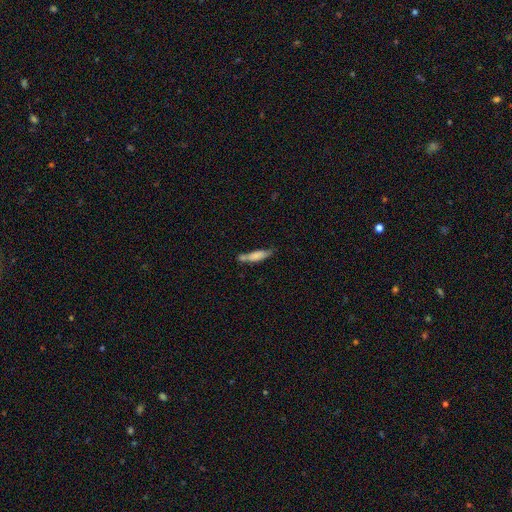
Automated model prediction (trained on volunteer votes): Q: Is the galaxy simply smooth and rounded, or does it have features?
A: smooth — 72%.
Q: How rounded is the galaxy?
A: cigar-shaped — 65%.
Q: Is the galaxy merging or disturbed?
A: none — 44%.